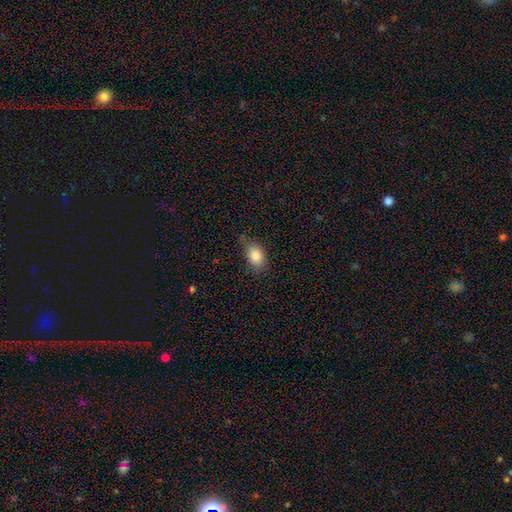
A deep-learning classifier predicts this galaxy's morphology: Smooth or featured?
  - smooth: 84% *
  - star or artifact: 8%
  - featured or disk: 8%
How rounded?
  - in between: 82% *
  - round: 16%
  - cigar-shaped: 2%
Merging?
  - none: 72% *
  - minor disturbance: 22%
  - major disturbance: 4%
  - merger: 2%